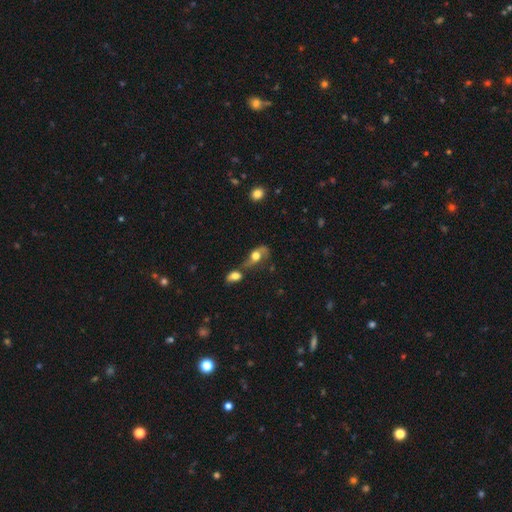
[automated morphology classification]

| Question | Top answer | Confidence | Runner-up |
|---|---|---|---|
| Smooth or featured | featured or disk | 48% | smooth (41%) |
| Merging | merger | 42% | none (27%) |